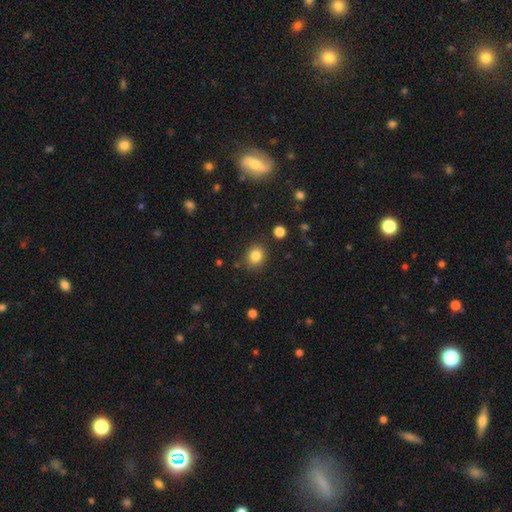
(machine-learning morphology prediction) This appears to be a smooth galaxy with no disk features (83%) that is round (70%). Merging: none (84%).